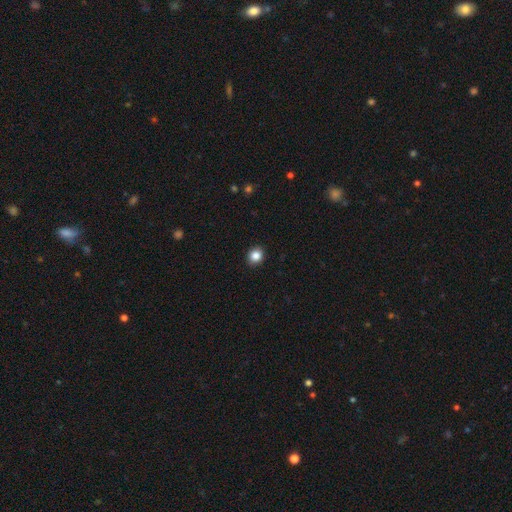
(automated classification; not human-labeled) Q: Smooth or featured?
A: smooth (86%); runner-up: star or artifact (10%)
Q: How rounded?
A: round (78%); runner-up: in between (22%)
Q: Merging?
A: none (92%); runner-up: minor disturbance (6%)